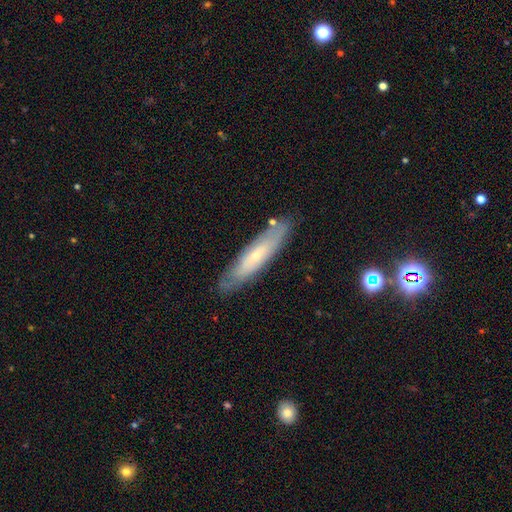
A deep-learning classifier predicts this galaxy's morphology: Q: Smooth or featured?
A: featured or disk (55%); runner-up: smooth (38%)
Q: Edge-on disk?
A: no (52%); runner-up: yes (48%)
Q: Merging?
A: none (81%); runner-up: minor disturbance (14%)